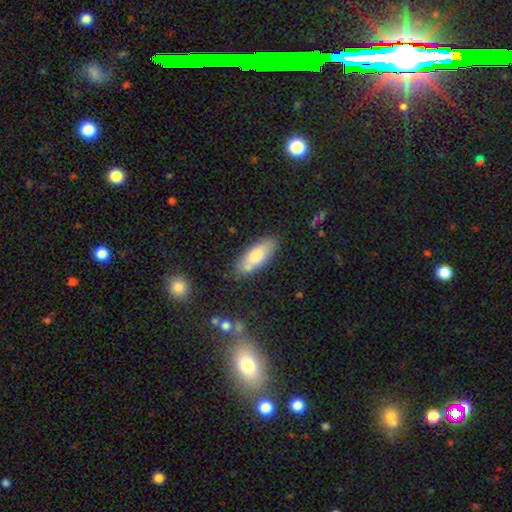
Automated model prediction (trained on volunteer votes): Smooth or featured? smooth (74%)
How rounded? in between (73%)
Merging? none (75%)